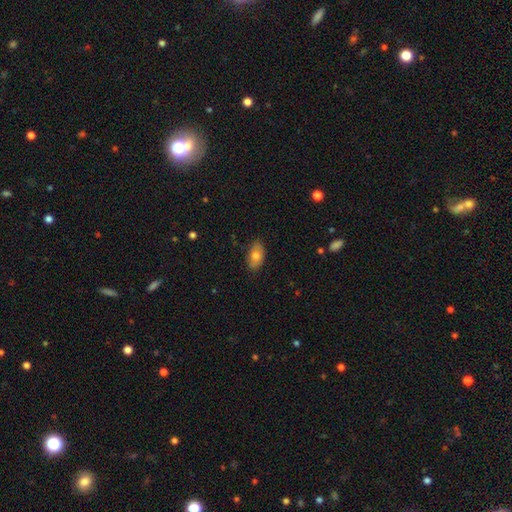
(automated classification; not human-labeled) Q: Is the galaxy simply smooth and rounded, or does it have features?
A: smooth — 75%.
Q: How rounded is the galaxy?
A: in between — 92%.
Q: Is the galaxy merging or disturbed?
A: none — 83%.